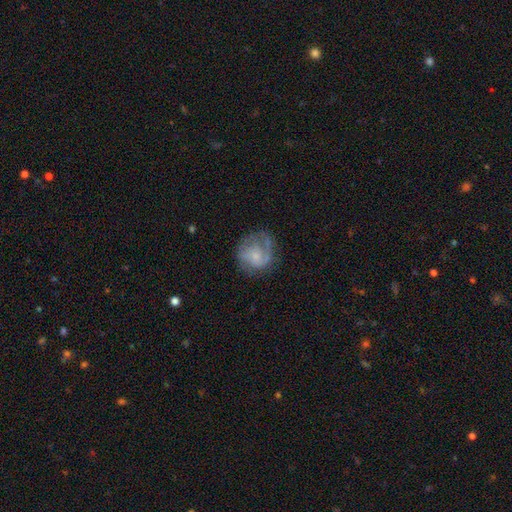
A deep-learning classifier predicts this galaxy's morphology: A featured or disk galaxy (51%) with no bar (75%), spiral arms (73%) and a small central bulge (59%). Merging: none (54%).